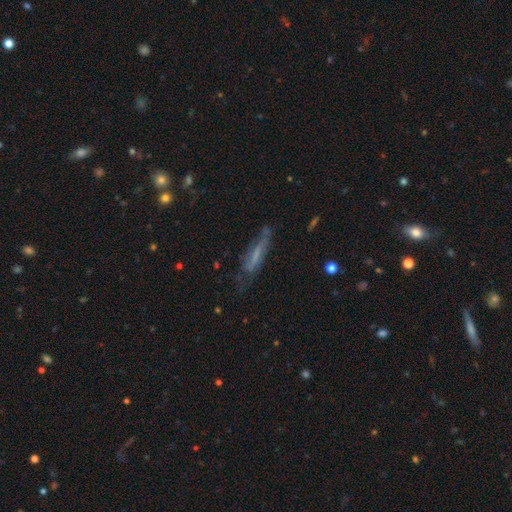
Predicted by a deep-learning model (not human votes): smooth_or_featured: featured or disk (p=0.49) [alt: smooth p=0.40]
merging: none (p=0.54) [alt: minor disturbance p=0.26]